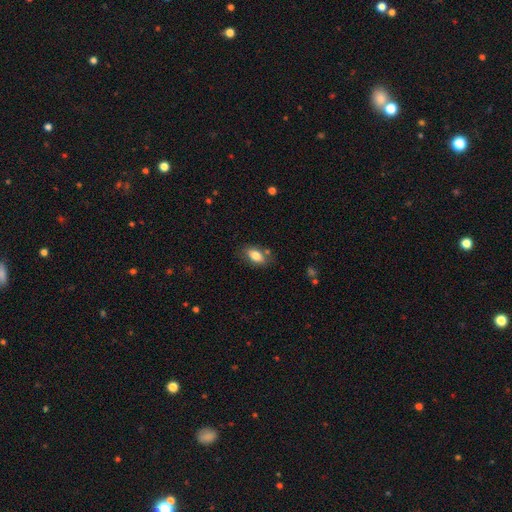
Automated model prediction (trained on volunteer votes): Smooth or featured? Predicted: smooth (p=0.81). How rounded? Predicted: in between (p=0.89). Merging? Predicted: none (p=0.76).